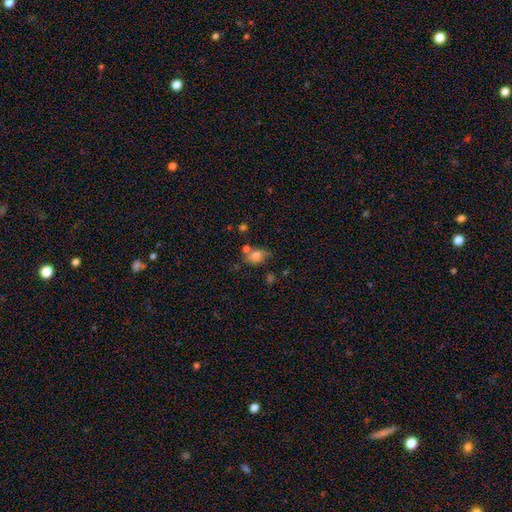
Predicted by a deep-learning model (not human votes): Overall: smooth (74%). How rounded: in between (67%; round 31%). Merging: none (51%; minor disturbance 22%).